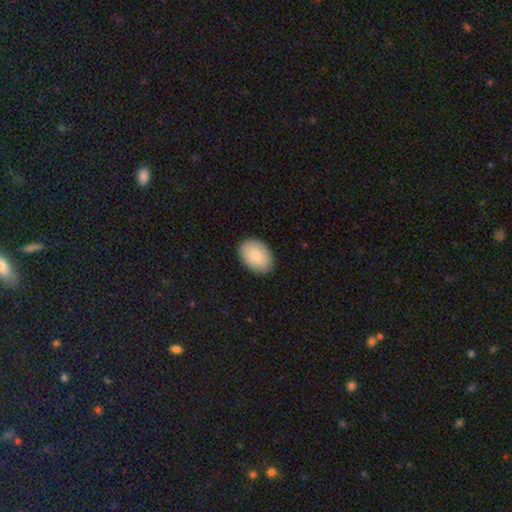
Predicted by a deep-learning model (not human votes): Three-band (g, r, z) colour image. It shows a smooth galaxy with no disk features (85%) that is in between round and cigar-shaped (87%). Merging: none (87%).